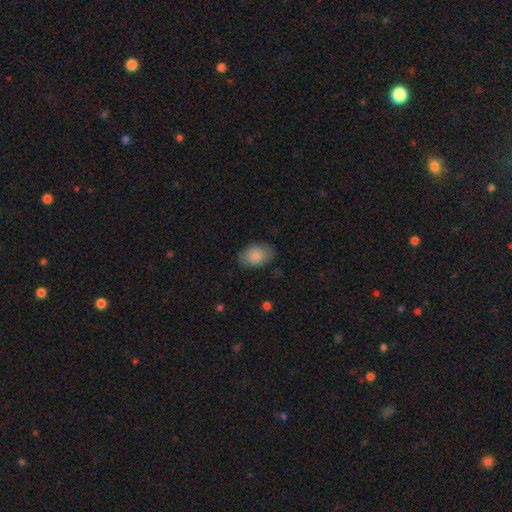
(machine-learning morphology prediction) The model was most divided on "merging": none: 82%, minor disturbance: 14%, major disturbance: 3%, merger: 1%. More confident: how rounded — in between (88%); smooth or featured — smooth (85%).